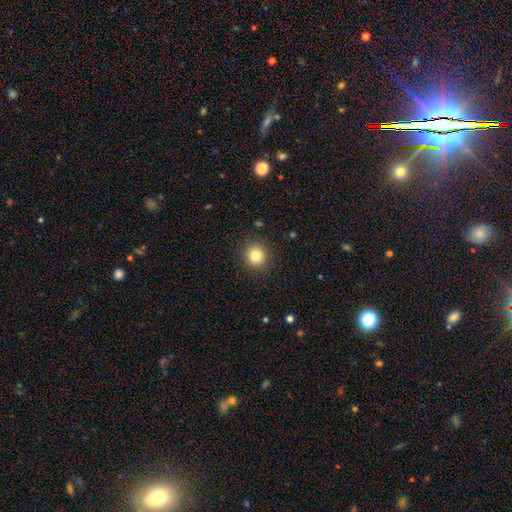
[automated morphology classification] smooth-or-featured: smooth: 83% | star or artifact: 11% | featured or disk: 6%
  how-rounded: round: 89% | in between: 10% | cigar-shaped: 1%
  merging: none: 89% | minor disturbance: 7% | major disturbance: 2% | merger: 1%